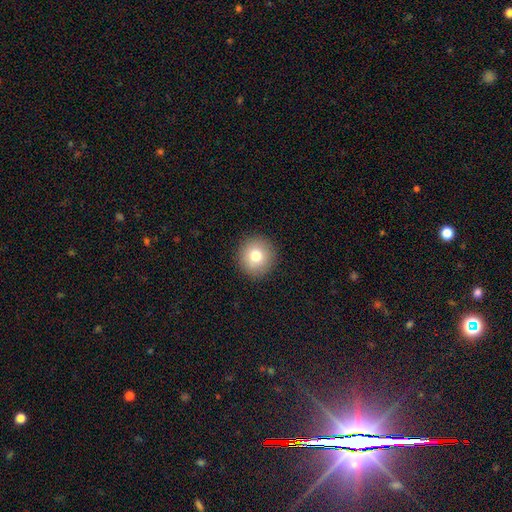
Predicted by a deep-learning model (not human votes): This is likely a smooth galaxy (78%). How rounded: clearly round (94%). Merging: clearly none (92%).